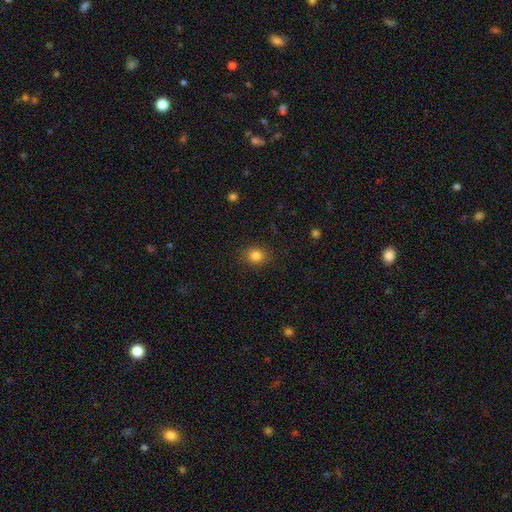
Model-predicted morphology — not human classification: This appears to be a smooth galaxy with no disk features (83%) that is round (72%). Merging: none (88%).